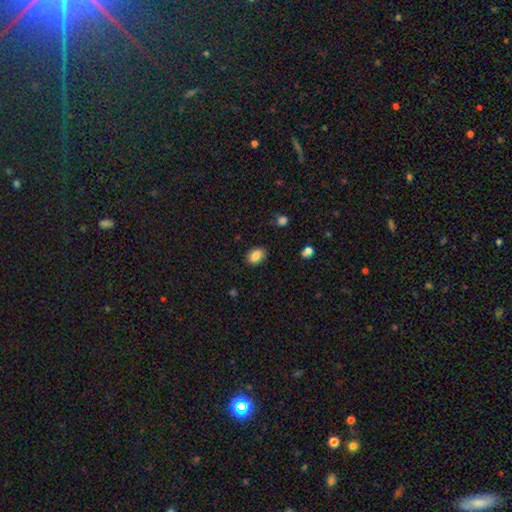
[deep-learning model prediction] Smooth or featured?
  - smooth: 85% *
  - star or artifact: 9%
  - featured or disk: 7%
How rounded?
  - in between: 78% *
  - round: 20%
  - cigar-shaped: 1%
Merging?
  - none: 84% *
  - minor disturbance: 12%
  - major disturbance: 3%
  - merger: 1%